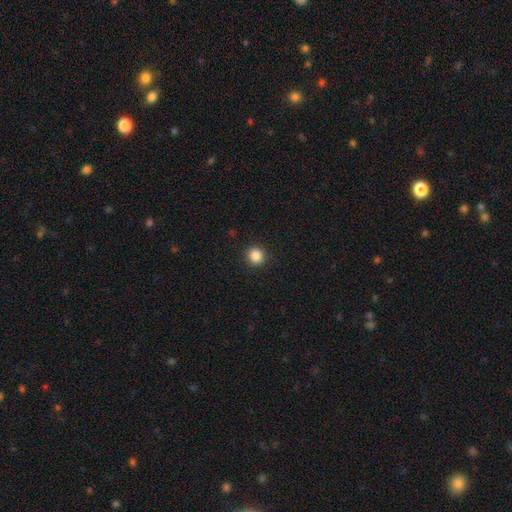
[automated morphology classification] This is clearly a smooth galaxy (86%). How rounded: clearly round (91%). Merging: clearly none (92%).